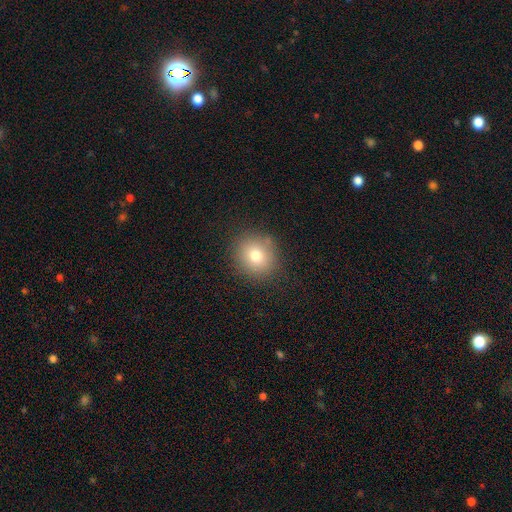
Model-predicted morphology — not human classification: This is likely a smooth galaxy (76%). How rounded: clearly round (83%). Merging: clearly none (86%).